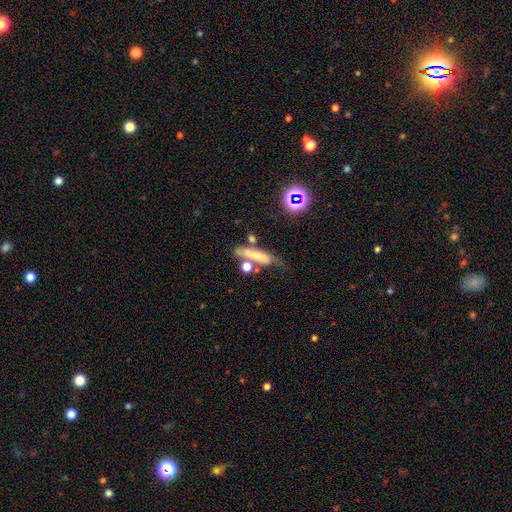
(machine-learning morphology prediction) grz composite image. It shows a smooth galaxy with no disk features (62%) that is cigar-shaped (65%). Merging: none (48%).